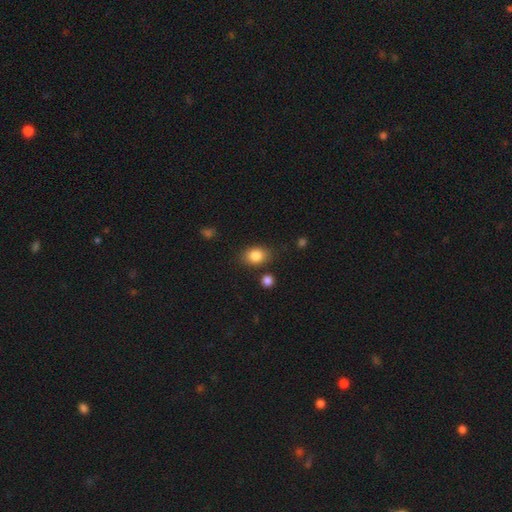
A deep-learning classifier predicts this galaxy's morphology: A smooth galaxy with no disk features (85%) that is in between round and cigar-shaped (64%).

Vote fractions:
- Smooth or featured? smooth: 85% / star or artifact: 9% / featured or disk: 6%
- How rounded? in between: 64% / round: 34% / cigar-shaped: 1%
- Merging? none: 79% / minor disturbance: 13% / merger: 4% / major disturbance: 4%